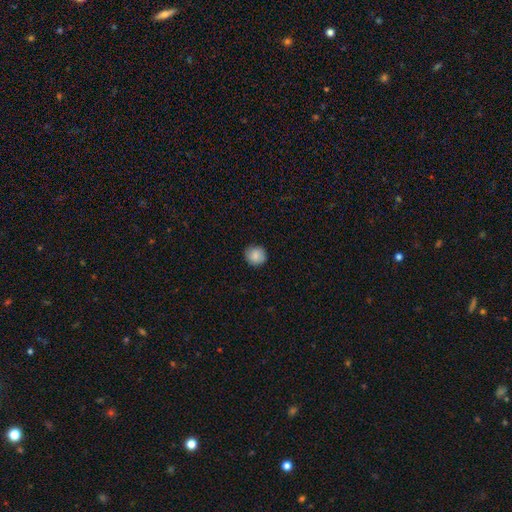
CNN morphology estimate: smooth-or-featured: smooth: 86% | star or artifact: 8% | featured or disk: 6%
  how-rounded: round: 88% | in between: 11% | cigar-shaped: 1%
  merging: none: 88% | minor disturbance: 9% | major disturbance: 2% | merger: 1%